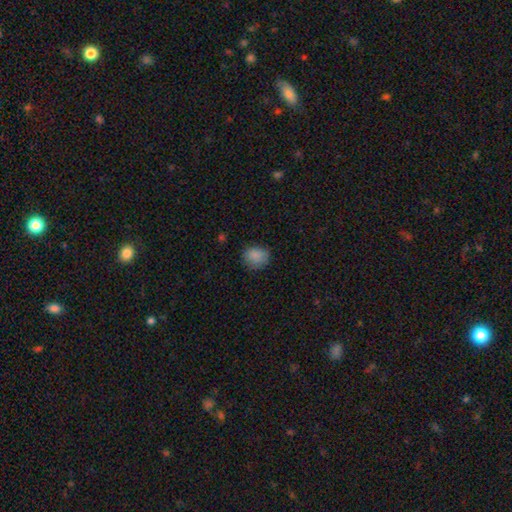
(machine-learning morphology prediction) A smooth galaxy with no disk features (85%) that is round (67%).

Vote fractions:
- Smooth or featured? smooth: 85% / star or artifact: 10% / featured or disk: 5%
- How rounded? round: 67% / in between: 32% / cigar-shaped: 1%
- Merging? none: 72% / minor disturbance: 22% / major disturbance: 5% / merger: 1%